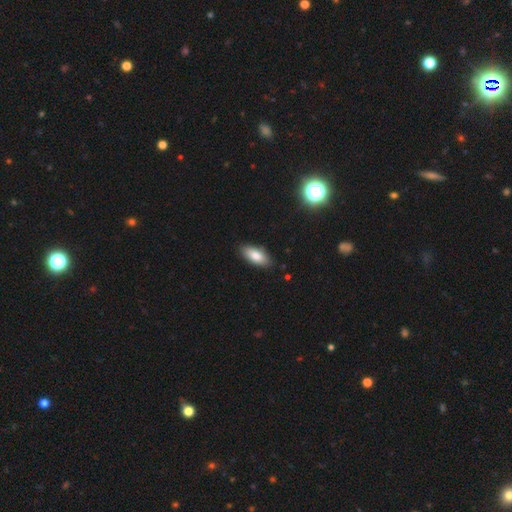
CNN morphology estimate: Smooth or featured? smooth (82%)
How rounded? in between (87%)
Merging? none (86%)